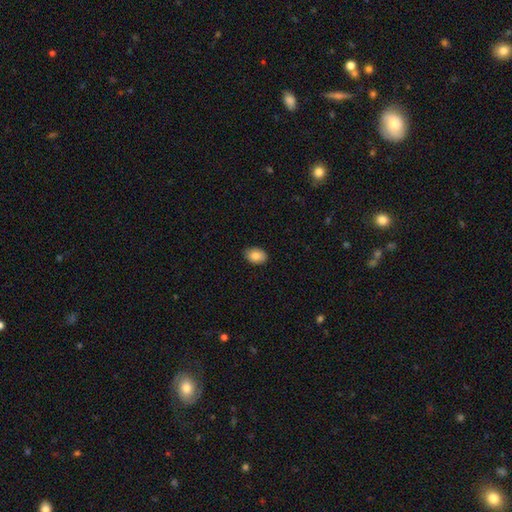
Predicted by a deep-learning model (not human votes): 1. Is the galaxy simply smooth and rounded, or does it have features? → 86% smooth, 7% star or artifact, 7% featured or disk.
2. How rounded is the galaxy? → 83% in between, 16% round, 1% cigar-shaped.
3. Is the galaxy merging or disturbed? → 87% none, 11% minor disturbance, 2% major disturbance, 1% merger.